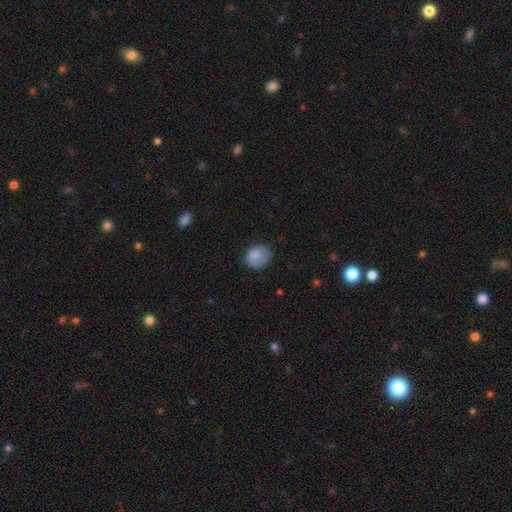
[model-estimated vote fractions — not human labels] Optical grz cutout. It shows a smooth galaxy with no disk features (83%) that is round (65%). Merging: none (69%).